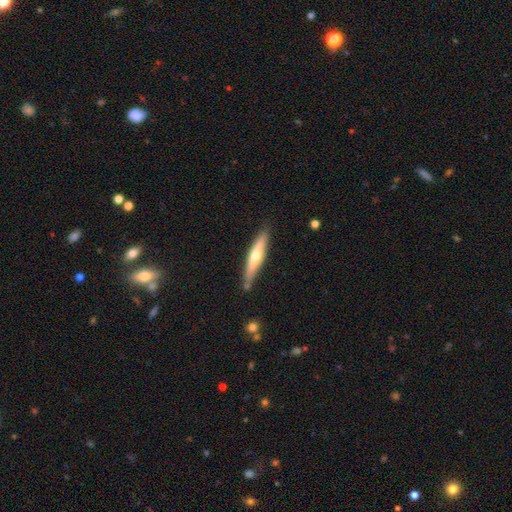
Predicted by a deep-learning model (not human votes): This appears to be a featured or disk galaxy (54%) viewed edge-on (92%). Merging: none (81%).